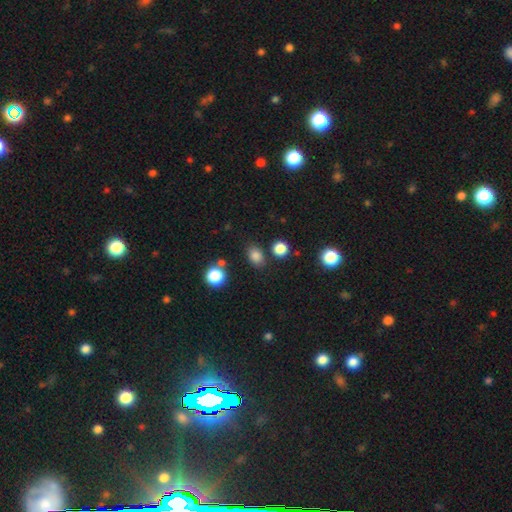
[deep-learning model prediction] smooth_or_featured: smooth (p=0.82) [alt: star or artifact p=0.13]
how_rounded: in between (p=0.62) [alt: round p=0.37]
merging: none (p=0.79) [alt: minor disturbance p=0.11]